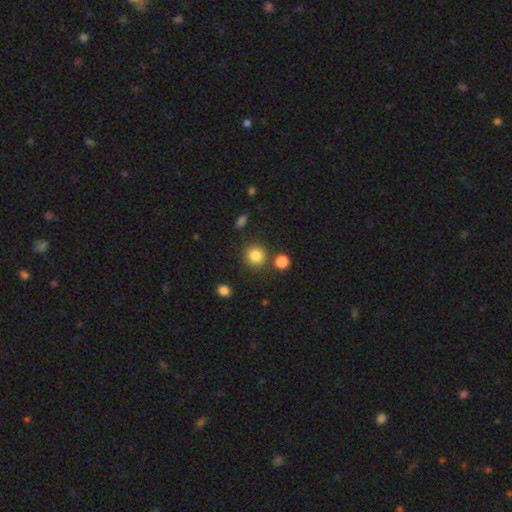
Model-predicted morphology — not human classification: This is clearly a smooth galaxy (84%). How rounded: clearly round (90%). Merging: clearly none (82%).